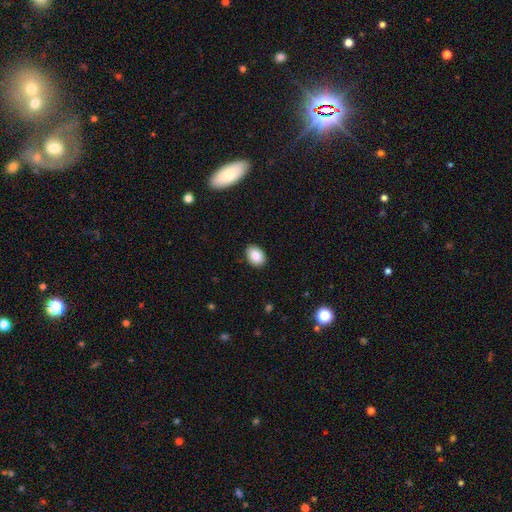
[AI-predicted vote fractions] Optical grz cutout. It shows a smooth galaxy with no disk features (87%) that is in between round and cigar-shaped (77%). Merging: none (88%).